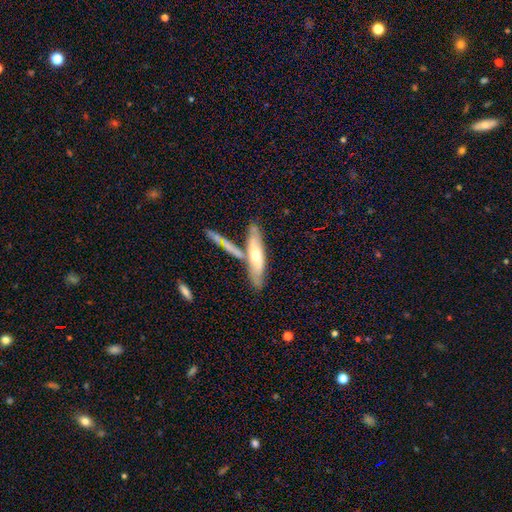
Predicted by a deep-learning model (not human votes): Smooth or featured? Predicted: featured or disk (p=0.48). Merging? Predicted: none (p=0.58).